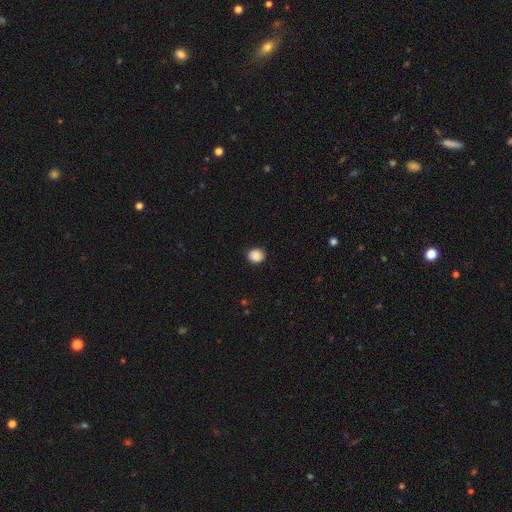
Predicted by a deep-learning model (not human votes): This appears to be a smooth galaxy with no disk features (88%) that is round (85%). Merging: none (88%).